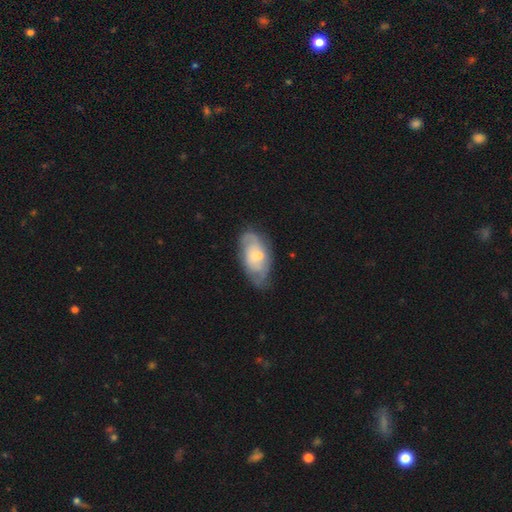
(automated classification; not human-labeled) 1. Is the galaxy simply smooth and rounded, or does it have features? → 58% featured or disk, 35% smooth, 7% star or artifact.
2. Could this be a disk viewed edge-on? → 93% no, 7% yes.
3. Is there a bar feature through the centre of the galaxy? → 59% no, 35% weak, 6% strong.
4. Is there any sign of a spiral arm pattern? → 76% yes, 24% no.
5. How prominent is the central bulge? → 53% small, 39% moderate, 5% none, 3% large, 1% dominant.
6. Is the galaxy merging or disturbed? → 62% none, 26% minor disturbance, 9% major disturbance, 3% merger.